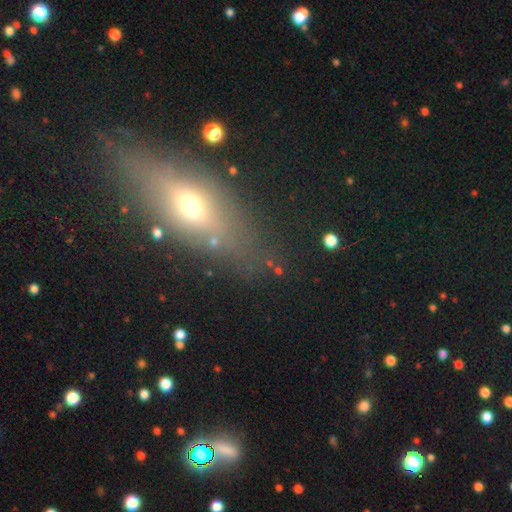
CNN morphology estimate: Smooth or featured: smooth — 41% (featured or disk — 39%)
Merging: none — 78% (minor disturbance — 13%)